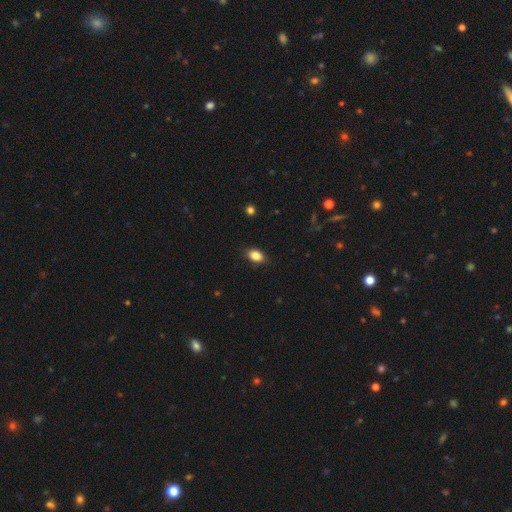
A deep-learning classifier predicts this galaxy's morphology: type=smooth (86%); roundness=in between (82%); merging=none (85%).